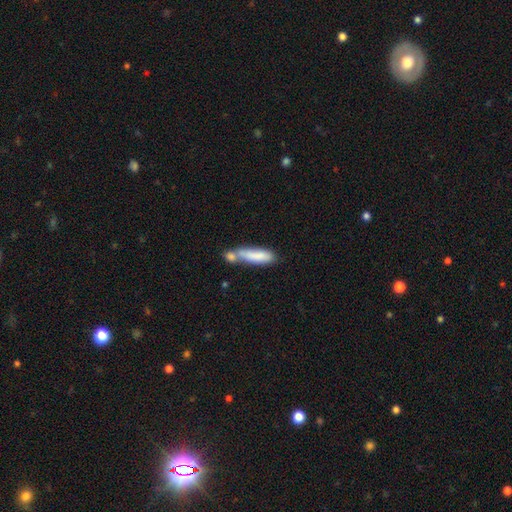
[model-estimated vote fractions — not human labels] smooth 77%, featured or disk 16%, star or artifact 7%. Down the decision tree: how rounded — cigar-shaped (66%); merging — merger (46%).